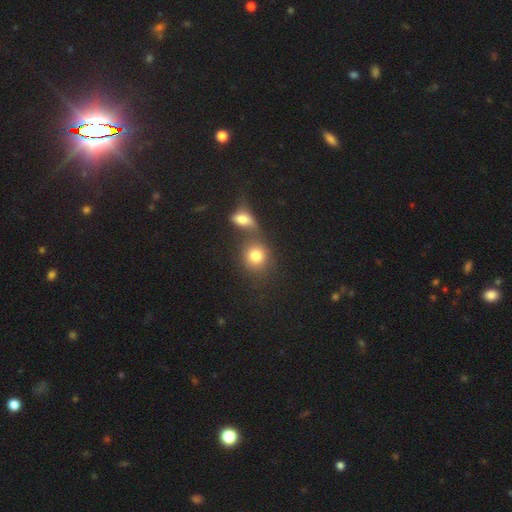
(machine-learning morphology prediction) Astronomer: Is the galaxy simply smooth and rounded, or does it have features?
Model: smooth — 79%.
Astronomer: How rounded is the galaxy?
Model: round — 77%.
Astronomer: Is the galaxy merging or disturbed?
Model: merger — 47% (runner-up: none, 39%).